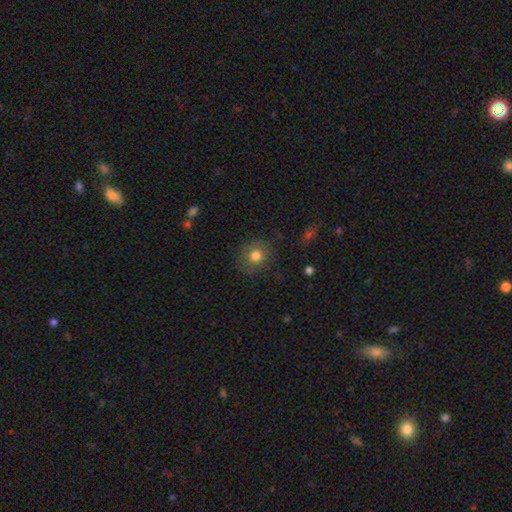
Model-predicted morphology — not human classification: A smooth galaxy with no disk features (70%) that is round (80%).

Vote fractions:
- Smooth or featured? smooth: 70% / featured or disk: 19% / star or artifact: 11%
- How rounded? round: 80% / in between: 19% / cigar-shaped: 1%
- Merging? none: 78% / minor disturbance: 14% / major disturbance: 6% / merger: 1%